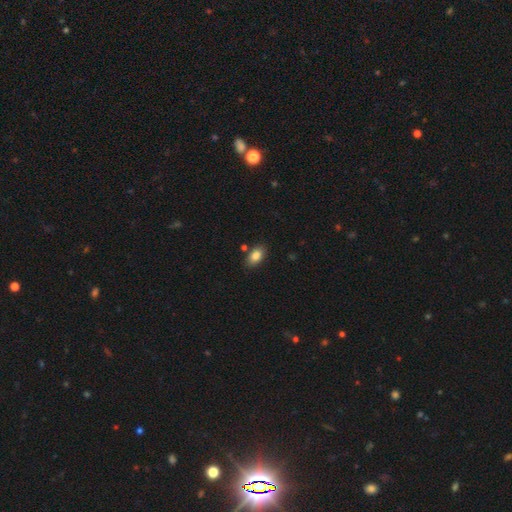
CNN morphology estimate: Smooth or featured? smooth (85%)
How rounded? in between (90%)
Merging? none (81%)